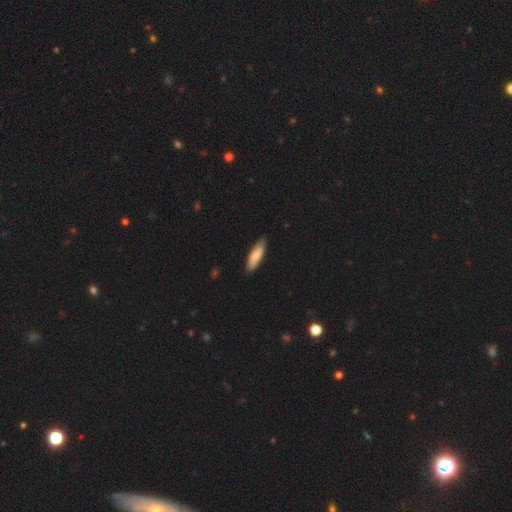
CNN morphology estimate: Smooth or featured? Predicted: smooth (p=0.78). How rounded? Predicted: cigar-shaped (p=0.59). Merging? Predicted: none (p=0.87).